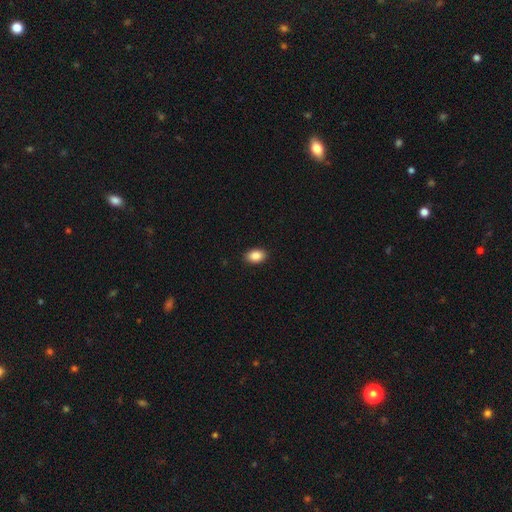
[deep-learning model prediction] This is clearly a smooth galaxy (89%). How rounded: clearly in between (86%). Merging: clearly none (90%).